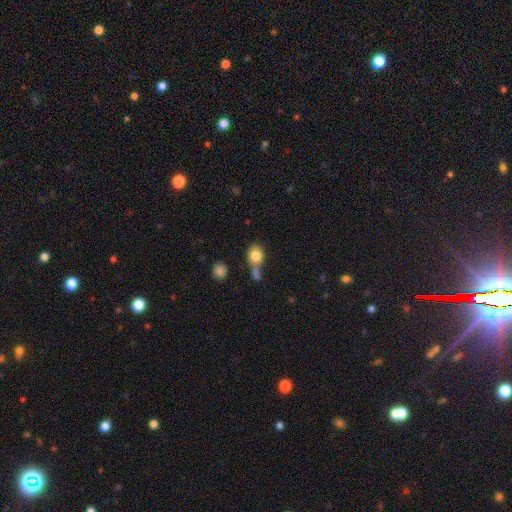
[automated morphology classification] This is clearly a smooth galaxy (82%). How rounded: possibly round (58%). Merging: marginally none (43%).